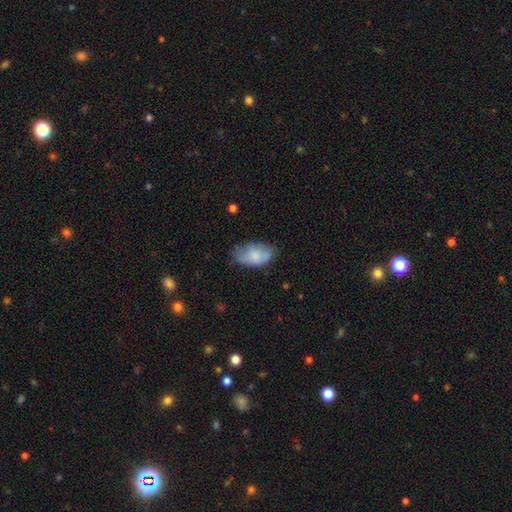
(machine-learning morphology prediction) A smooth galaxy with no disk features (77%) that is in between round and cigar-shaped (93%).

Vote fractions:
- Smooth or featured? smooth: 77% / featured or disk: 16% / star or artifact: 7%
- How rounded? in between: 93% / round: 5% / cigar-shaped: 2%
- Merging? none: 56% / minor disturbance: 33% / major disturbance: 9% / merger: 2%